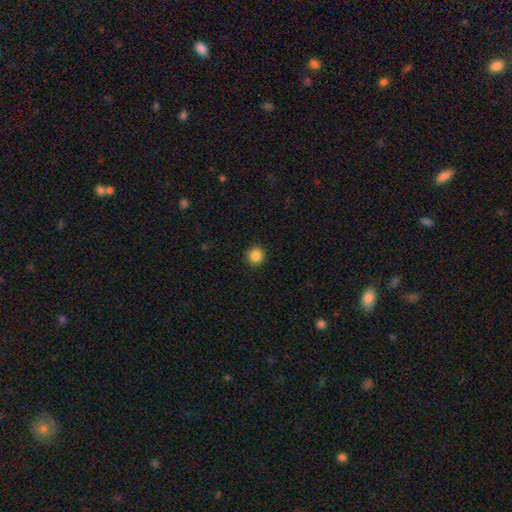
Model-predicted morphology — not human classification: Smooth or featured? smooth (86%)
How rounded? round (94%)
Merging? none (93%)